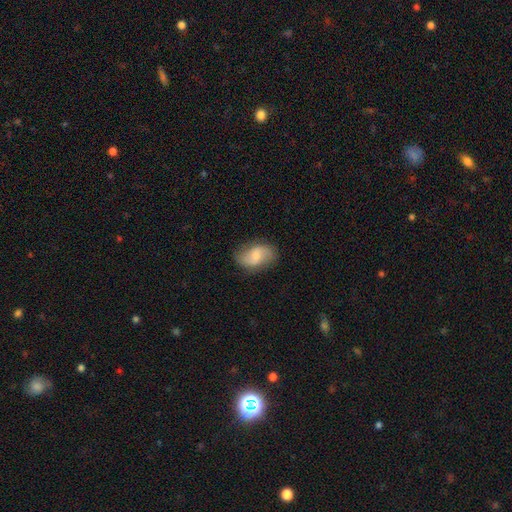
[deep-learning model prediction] Smooth or featured?
  - featured or disk: 48% *
  - smooth: 45%
  - star or artifact: 7%
Merging?
  - none: 75% *
  - minor disturbance: 18%
  - major disturbance: 5%
  - merger: 1%